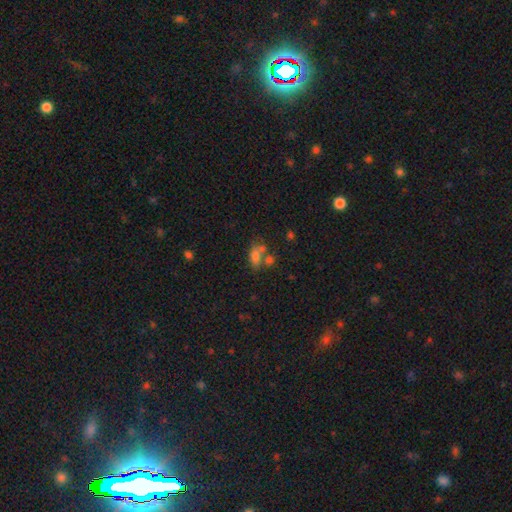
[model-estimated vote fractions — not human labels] smooth-or-featured: smooth: 66% | featured or disk: 20% | star or artifact: 15%
  how-rounded: in between: 79% | round: 14% | cigar-shaped: 8%
  merging: merger: 39% | none: 36% | minor disturbance: 14% | major disturbance: 10%